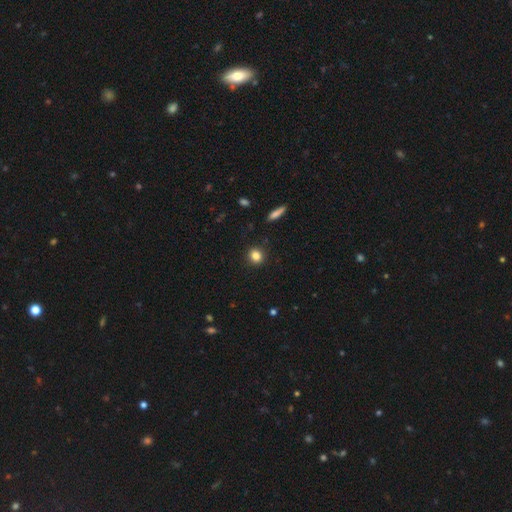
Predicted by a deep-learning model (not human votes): The model was most divided on "smooth or featured": smooth: 83%, star or artifact: 11%, featured or disk: 6%. More confident: merging — none (90%); how rounded — round (86%).